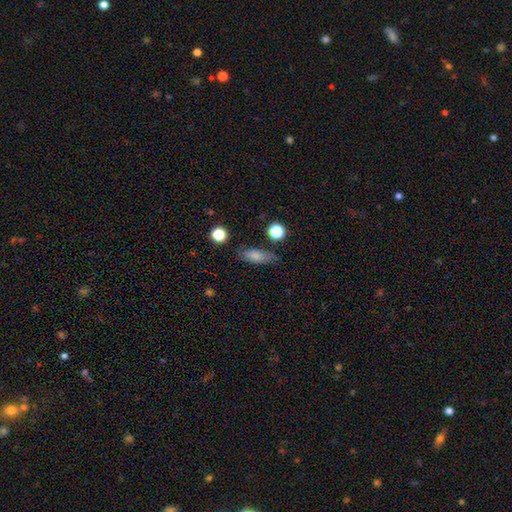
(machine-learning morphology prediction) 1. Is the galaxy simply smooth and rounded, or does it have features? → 79% smooth, 11% featured or disk, 10% star or artifact.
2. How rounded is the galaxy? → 70% in between, 24% cigar-shaped, 6% round.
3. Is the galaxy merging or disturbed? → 74% none, 19% minor disturbance, 5% major disturbance, 3% merger.